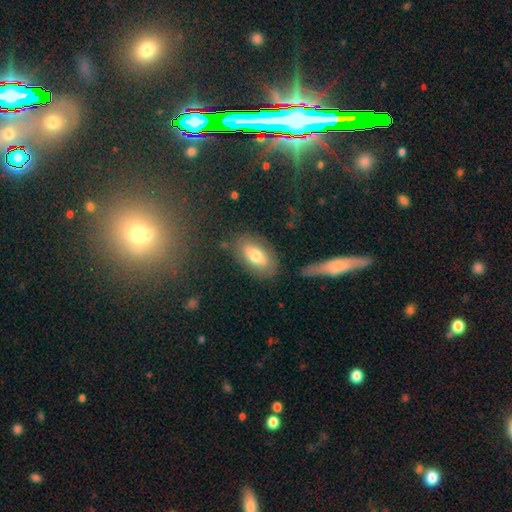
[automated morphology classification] smooth-or-featured: smooth: 72% | featured or disk: 20% | star or artifact: 8%
  how-rounded: in between: 89% | cigar-shaped: 6% | round: 5%
  merging: none: 75% | minor disturbance: 15% | major disturbance: 6% | merger: 5%